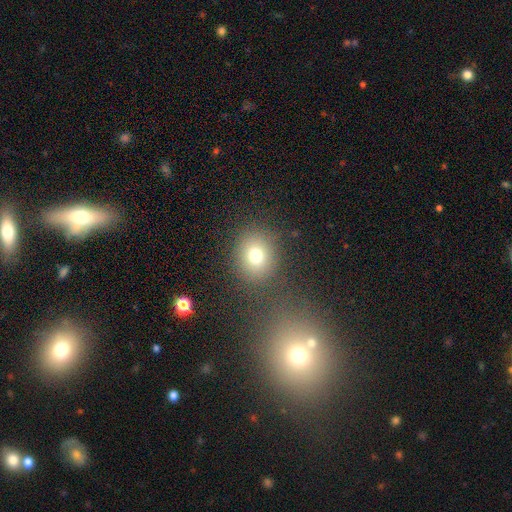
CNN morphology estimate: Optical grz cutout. It shows a smooth galaxy with no disk features (75%) that is round (74%). Merging: none (81%).